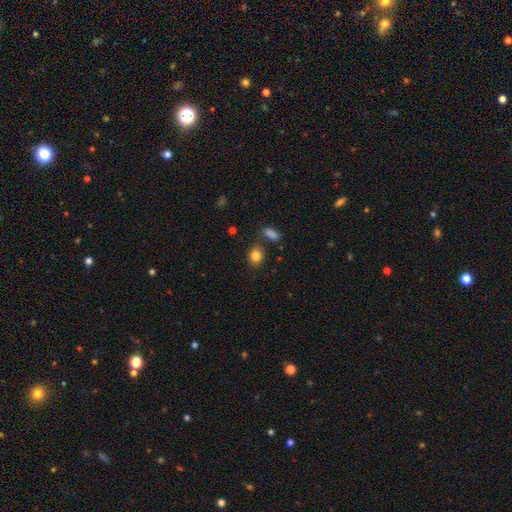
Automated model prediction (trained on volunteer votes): Smooth or featured? Predicted: smooth (p=0.84). How rounded? Predicted: round (p=0.50). Merging? Predicted: none (p=0.78).